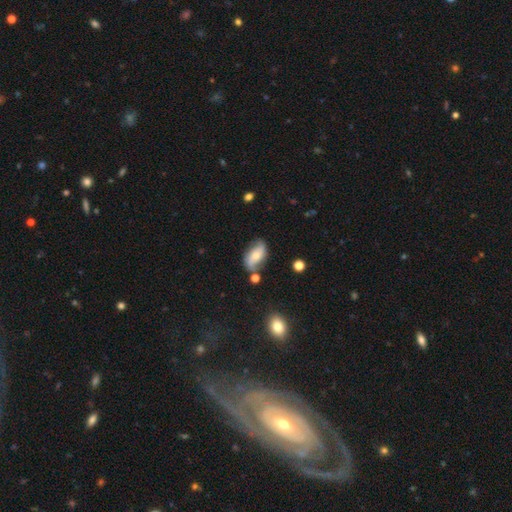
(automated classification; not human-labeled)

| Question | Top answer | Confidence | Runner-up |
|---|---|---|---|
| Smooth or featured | featured or disk | 51% | smooth (41%) |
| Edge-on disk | no | 92% | yes (8%) |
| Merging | none | 64% | minor disturbance (23%) |